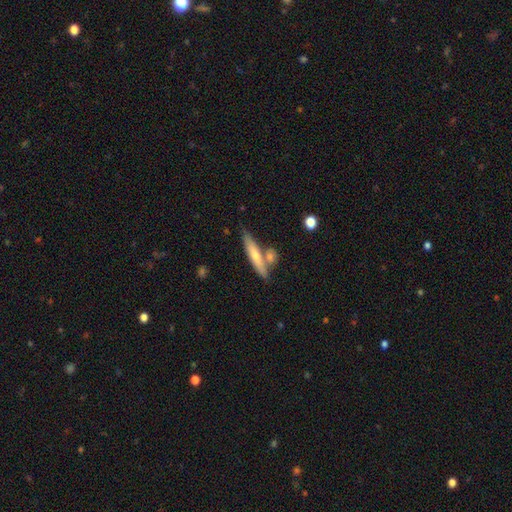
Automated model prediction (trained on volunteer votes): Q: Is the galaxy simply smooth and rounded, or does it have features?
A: smooth — 61%.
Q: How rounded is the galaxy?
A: cigar-shaped — 86%.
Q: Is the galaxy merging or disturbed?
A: none — 63%.